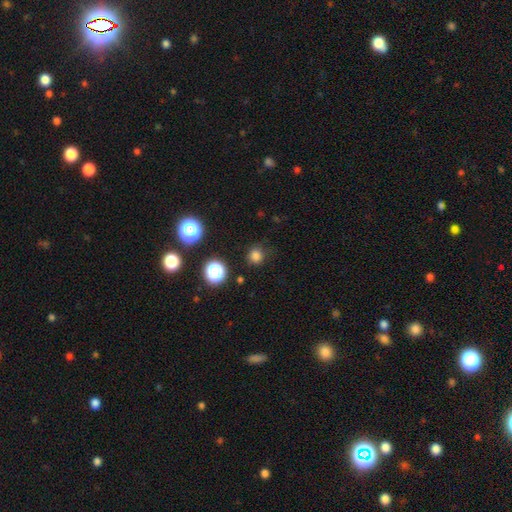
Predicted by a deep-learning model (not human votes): The model was most divided on "smooth or featured": smooth: 78%, star or artifact: 18%, featured or disk: 4%. More confident: how rounded — round (90%); merging — none (83%).